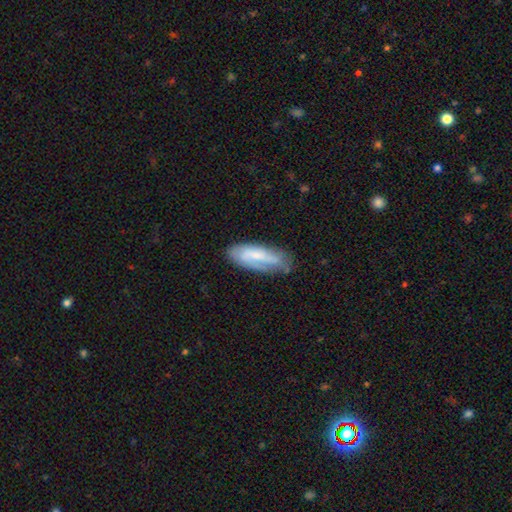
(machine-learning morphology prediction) A smooth galaxy with no disk features (48%).

Vote fractions:
- Smooth or featured? smooth: 48% / featured or disk: 45% / star or artifact: 7%
- Merging? none: 66% / minor disturbance: 25% / major disturbance: 7% / merger: 2%